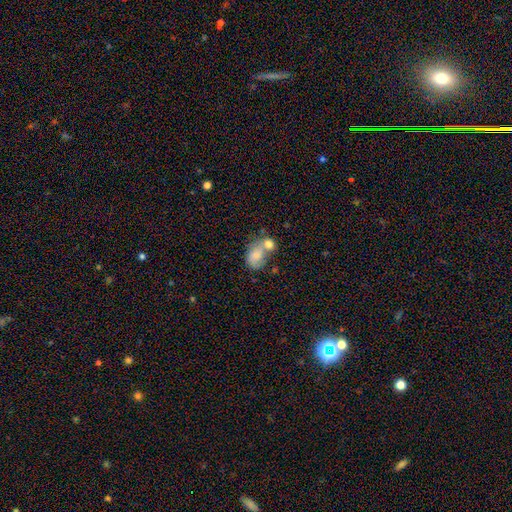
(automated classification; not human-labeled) A smooth galaxy with no disk features (67%) that is in between round and cigar-shaped (67%).

Vote fractions:
- Smooth or featured? smooth: 67% / featured or disk: 24% / star or artifact: 9%
- How rounded? in between: 67% / round: 32% / cigar-shaped: 1%
- Merging? merger: 55% / none: 22% / minor disturbance: 14% / major disturbance: 9%